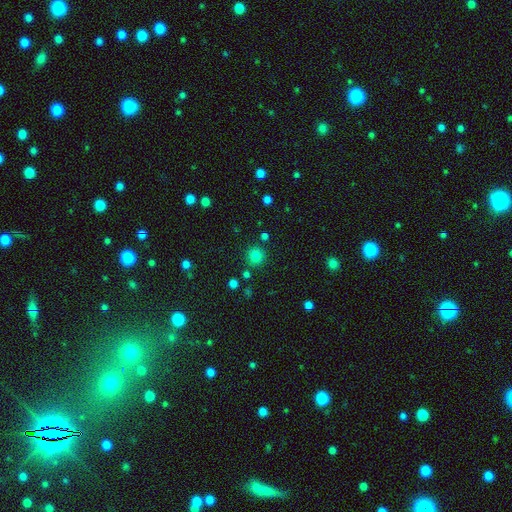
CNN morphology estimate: A smooth galaxy with no disk features (81%) that is round (92%). Merging: none (85%).